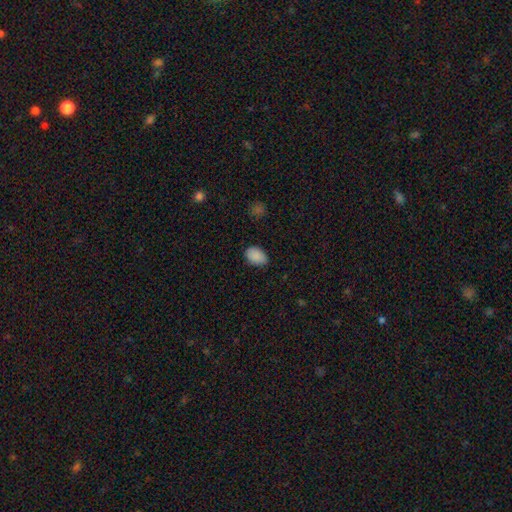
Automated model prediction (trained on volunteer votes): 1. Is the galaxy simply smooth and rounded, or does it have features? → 88% smooth, 8% star or artifact, 4% featured or disk.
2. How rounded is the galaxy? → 84% in between, 15% round, 1% cigar-shaped.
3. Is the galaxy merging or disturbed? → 78% none, 18% minor disturbance, 3% major disturbance, 1% merger.